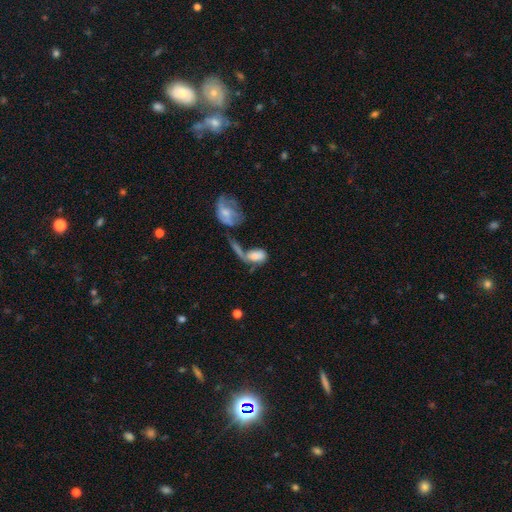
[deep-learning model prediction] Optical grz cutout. It shows a smooth galaxy with no disk features (67%) that is in between round and cigar-shaped (88%). Merging: merger (49%).